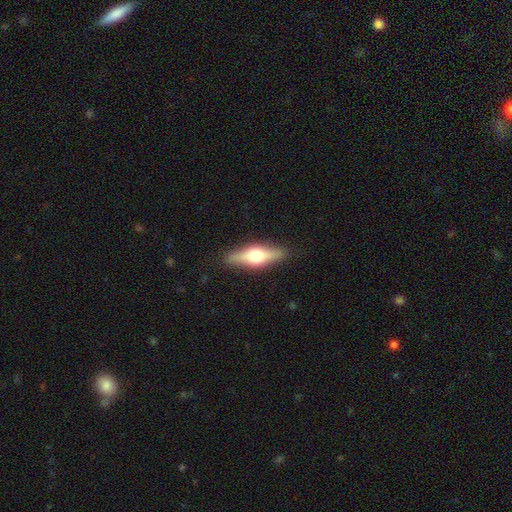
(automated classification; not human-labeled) Q: Smooth or featured?
A: featured or disk (53%); runner-up: smooth (41%)
Q: Edge-on disk?
A: yes (91%); runner-up: no (9%)
Q: Merging?
A: none (87%); runner-up: minor disturbance (10%)